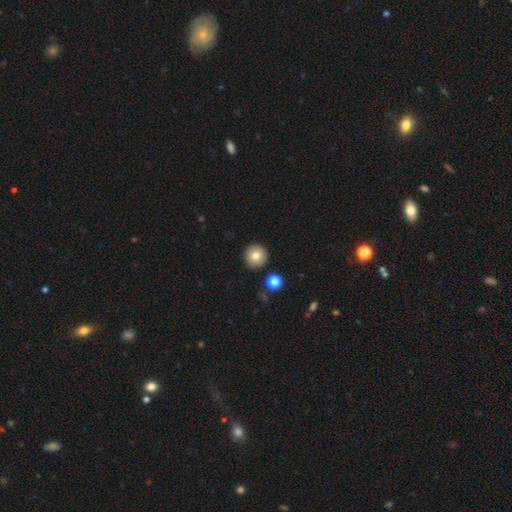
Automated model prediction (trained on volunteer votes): Morphology: type=smooth (79%); roundness=round (95%); merging=none (91%).